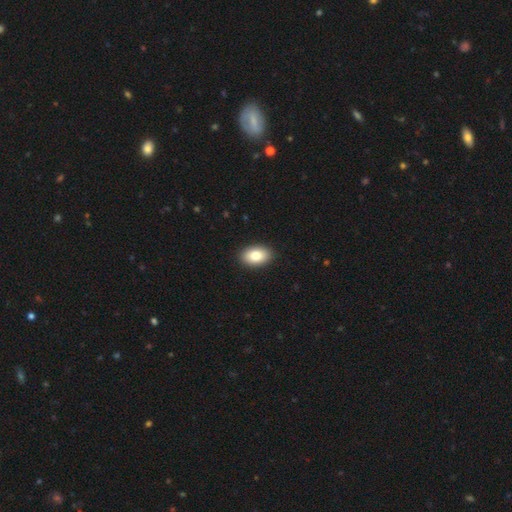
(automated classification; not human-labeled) Smooth or featured: smooth — 82% (featured or disk — 10%)
How rounded: in between — 90% (round — 9%)
Merging: none — 91% (minor disturbance — 7%)